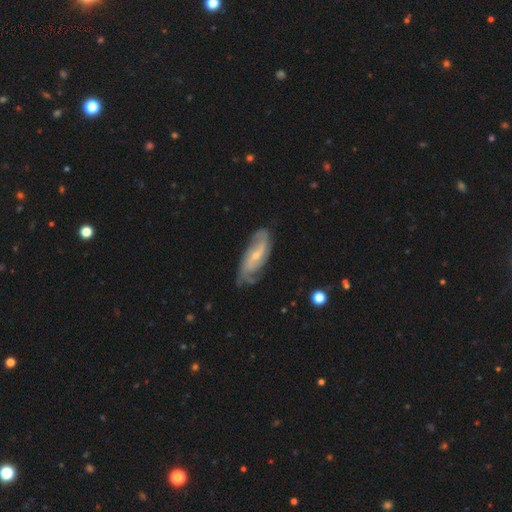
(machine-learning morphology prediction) The model was most divided on "bar" (2-way tie): weak: 41%, no: 41%, strong: 18%. Remaining: spiral arms — yes (93%); edge-on disk — no (89%); smooth or featured — featured or disk (78%); bulge size — small (67%); merging — none (63%); spiral arm count — 2 (54%); spiral winding — medium (42%).